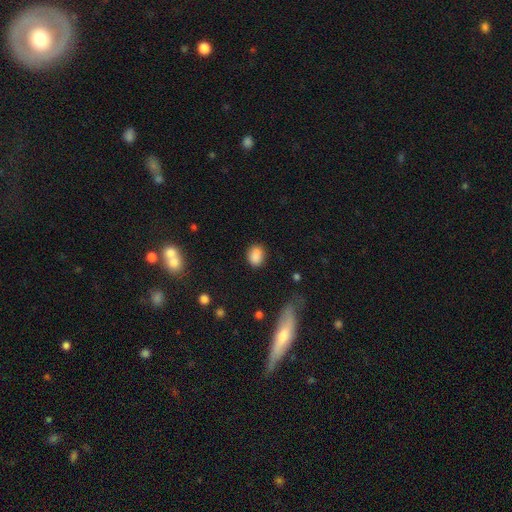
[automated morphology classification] type=smooth (85%); roundness=in between (64%); merging=none (76%).